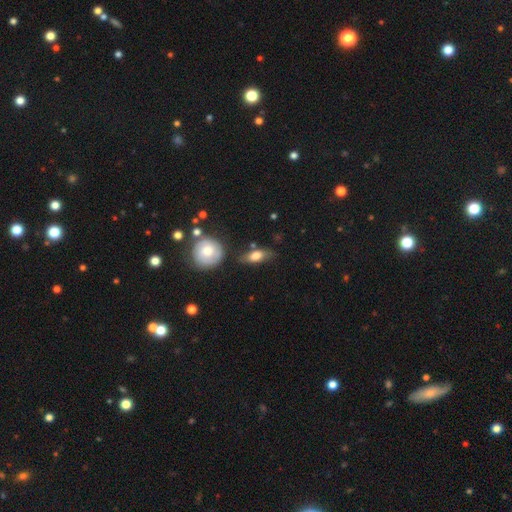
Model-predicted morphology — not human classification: Overall: smooth (70%). How rounded: in between (72%). Merging: none (63%).